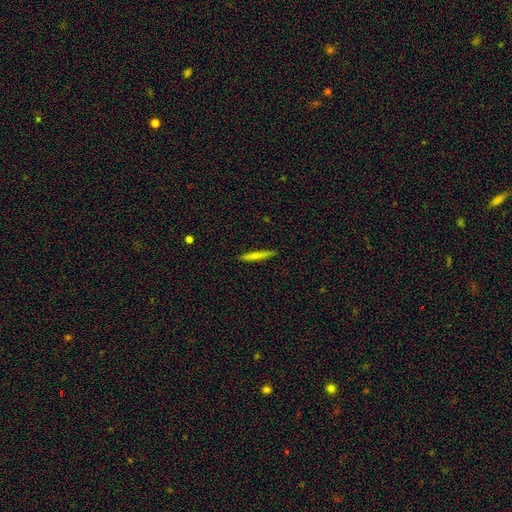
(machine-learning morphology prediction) A smooth galaxy with no disk features (74%) that is cigar-shaped (96%). Merging: none (91%).